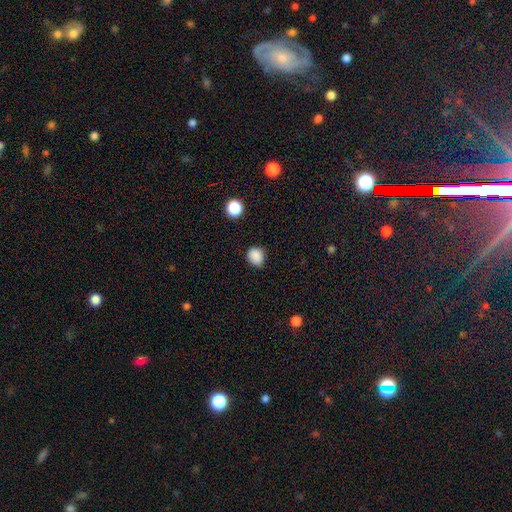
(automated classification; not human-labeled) Smooth or featured? Predicted: smooth (p=0.87). How rounded? Predicted: round (p=0.69). Merging? Predicted: none (p=0.81).